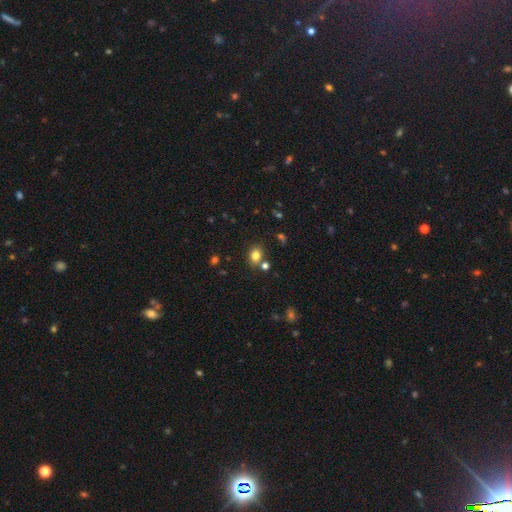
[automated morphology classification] smooth 81%, star or artifact 13%, featured or disk 7%. Down the decision tree: how rounded — in between (53%); merging — none (74%).